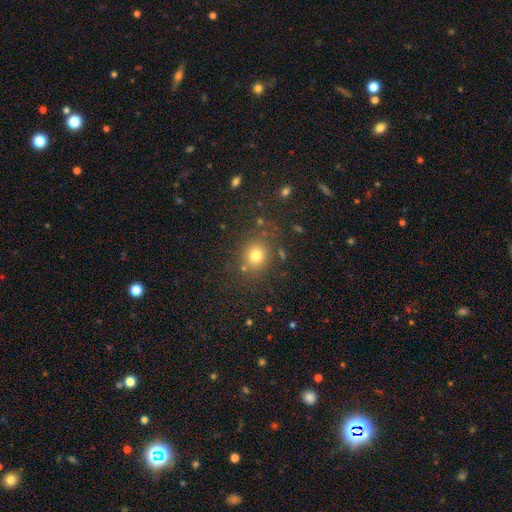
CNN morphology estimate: This is likely a smooth galaxy (76%). How rounded: clearly round (81%). Merging: likely none (79%).